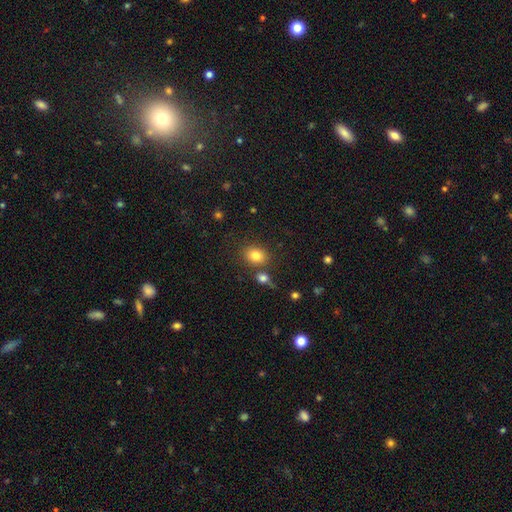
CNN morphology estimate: Smooth or featured: smooth — 81% (star or artifact — 11%)
How rounded: in between — 55% (round — 43%)
Merging: none — 74% (merger — 12%)